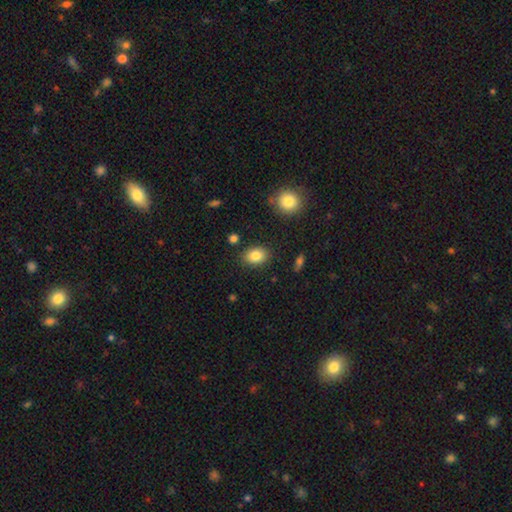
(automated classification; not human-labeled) smooth_or_featured: smooth (p=0.83) [alt: star or artifact p=0.09]
how_rounded: in between (p=0.70) [alt: round p=0.29]
merging: none (p=0.86) [alt: minor disturbance p=0.09]